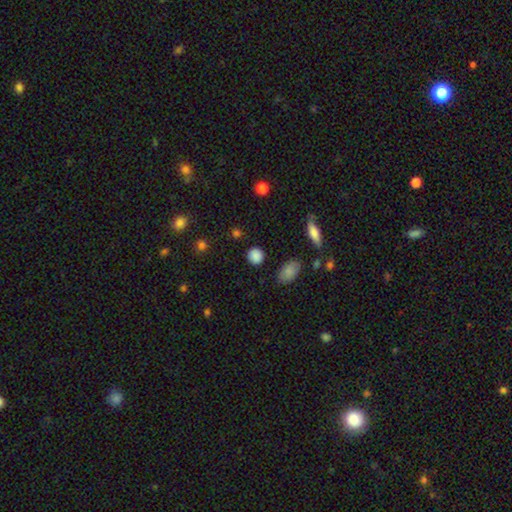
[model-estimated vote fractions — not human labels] This is clearly a smooth galaxy (85%). How rounded: clearly round (88%). Merging: clearly none (88%).